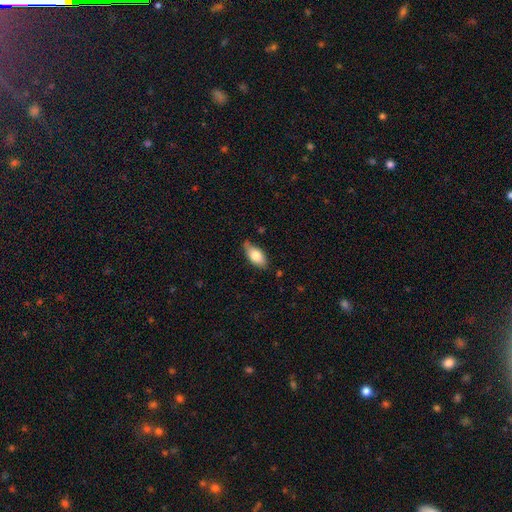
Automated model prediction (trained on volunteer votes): Smooth or featured? Predicted: smooth (p=0.75). How rounded? Predicted: in between (p=0.89). Merging? Predicted: none (p=0.69).